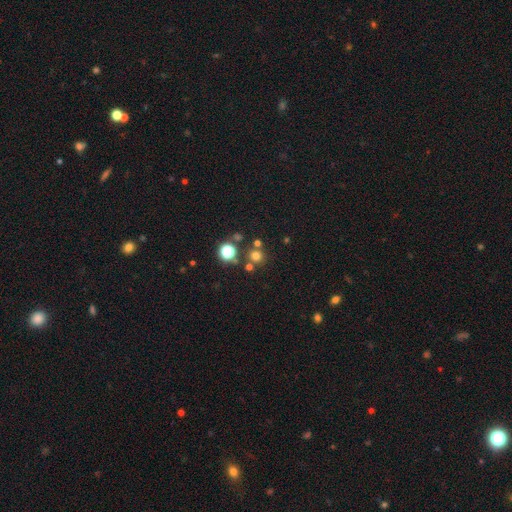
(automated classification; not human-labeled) Smooth or featured: smooth — 69% (star or artifact — 24%)
How rounded: round — 92% (in between — 7%)
Merging: none — 77% (merger — 13%)